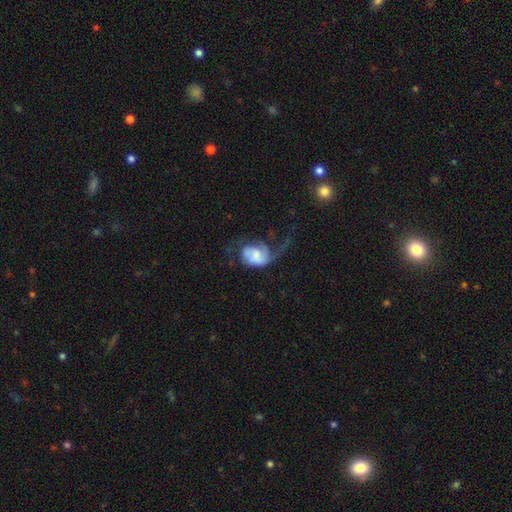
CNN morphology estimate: smooth-or-featured: featured or disk: 57% | smooth: 35% | star or artifact: 7%
  disk-edge-on: no: 98% | yes: 2%
    bar: no: 60% | weak: 32% | strong: 8%
    has-spiral-arms: yes: 81% | no: 19%
    bulge-size: small: 27% | moderate: 26% | none: 21% | large: 19% | dominant: 7%
  merging: major disturbance: 55% | none: 23% | minor disturbance: 18% | merger: 4%